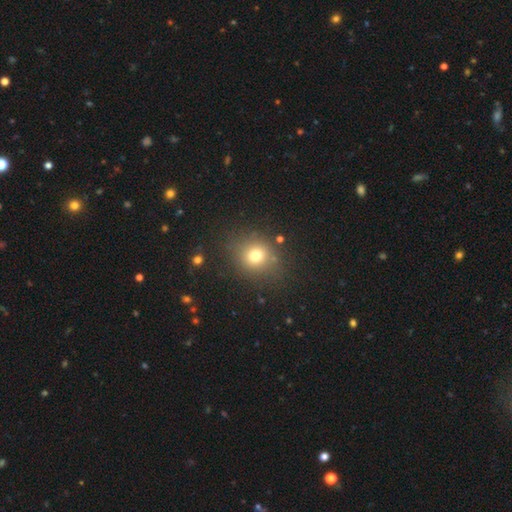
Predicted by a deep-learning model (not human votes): Smooth or featured: smooth — 74% (star or artifact — 17%)
How rounded: round — 81% (in between — 18%)
Merging: none — 82% (minor disturbance — 10%)